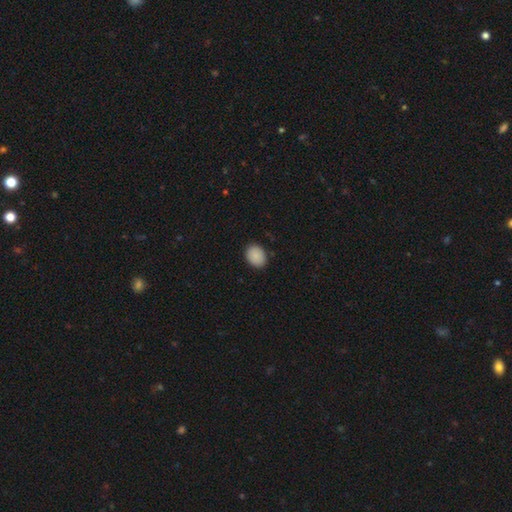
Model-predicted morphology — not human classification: type=smooth (89%); roundness=in between (61%); merging=none (88%).